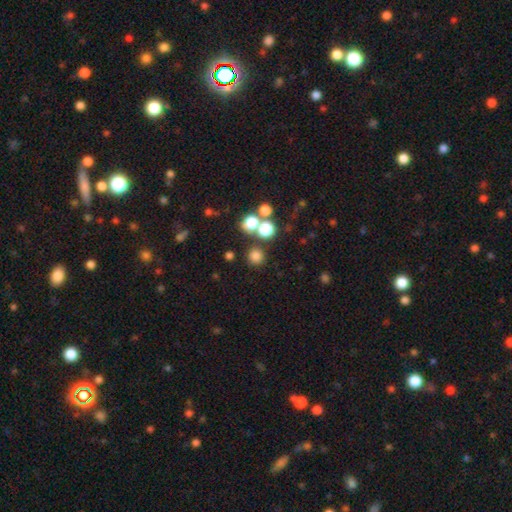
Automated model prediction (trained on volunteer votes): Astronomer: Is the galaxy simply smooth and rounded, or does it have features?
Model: smooth — 75%.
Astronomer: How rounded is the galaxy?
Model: round — 92%.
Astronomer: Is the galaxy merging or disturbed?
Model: none — 78%.